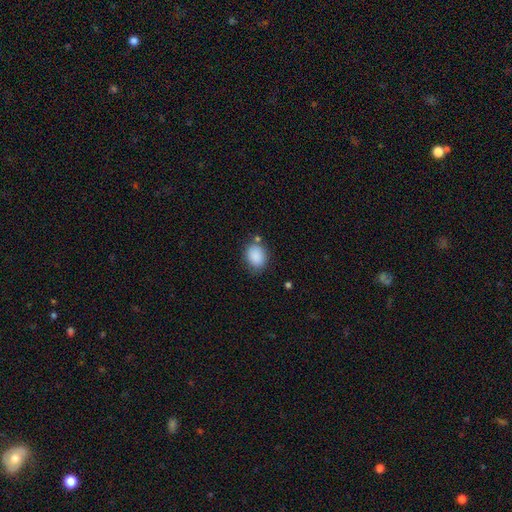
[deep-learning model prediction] Smooth or featured? smooth (88%)
How rounded? in between (52%)
Merging? none (72%)